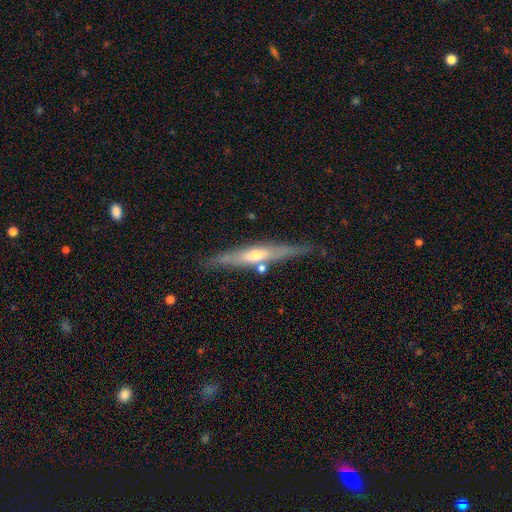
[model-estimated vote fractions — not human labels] Morphology: type=featured or disk (65%); edge-on=yes (91%); edge-on bulge=rounded (73%); merging=none (78%).